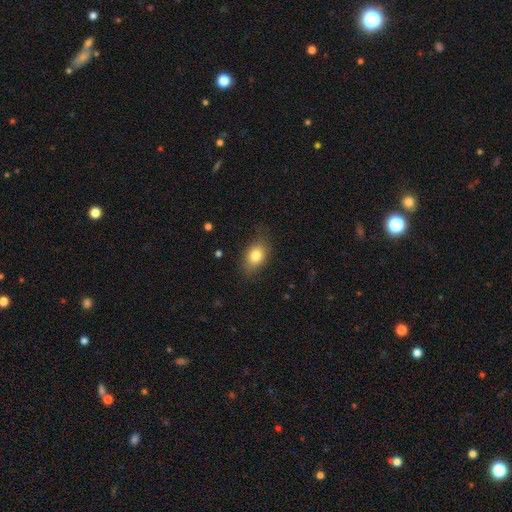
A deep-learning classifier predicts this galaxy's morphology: A smooth galaxy with no disk features (80%) that is in between round and cigar-shaped (80%). Merging: none (76%).